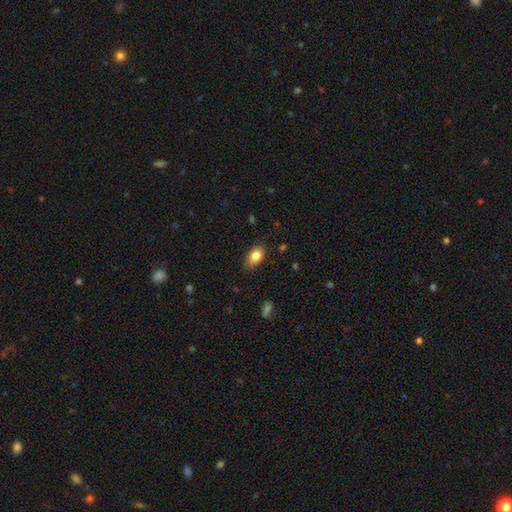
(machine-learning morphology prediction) smooth 84%, star or artifact 8%, featured or disk 7%. Down the decision tree: how rounded — in between (86%); merging — none (80%).